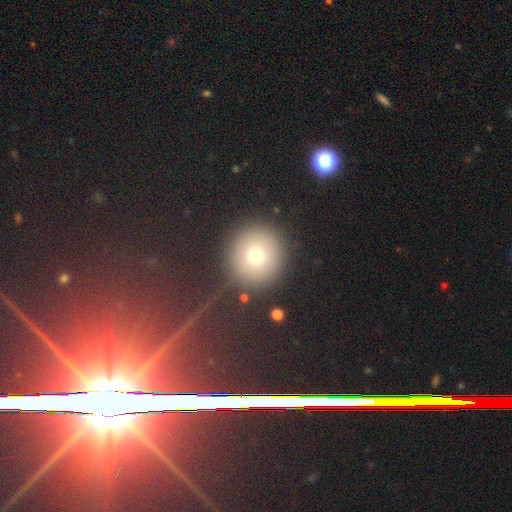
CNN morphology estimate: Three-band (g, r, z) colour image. It shows a smooth galaxy with no disk features (66%) that is round (89%). Merging: none (89%).